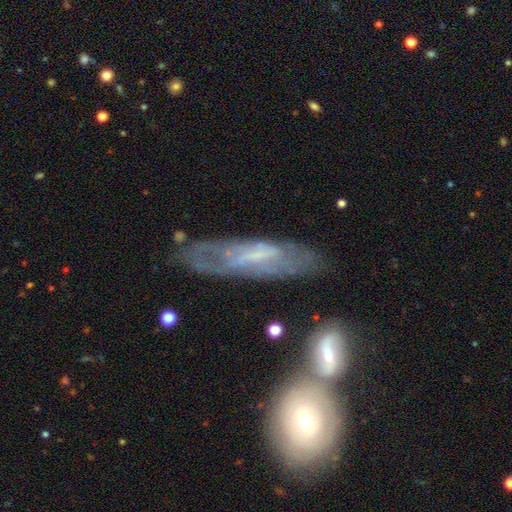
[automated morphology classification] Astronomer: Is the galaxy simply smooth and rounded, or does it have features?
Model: featured or disk — 66%.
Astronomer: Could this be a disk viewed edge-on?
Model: no — 66%.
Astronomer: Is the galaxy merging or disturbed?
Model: none — 65%.